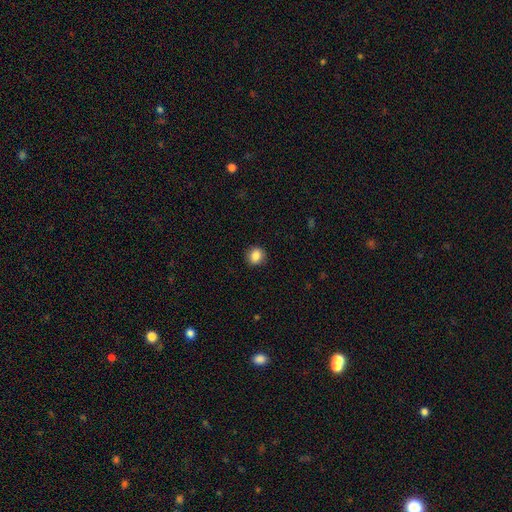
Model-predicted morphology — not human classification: Smooth or featured: smooth — 85% (star or artifact — 9%)
How rounded: round — 76% (in between — 23%)
Merging: none — 90% (minor disturbance — 7%)